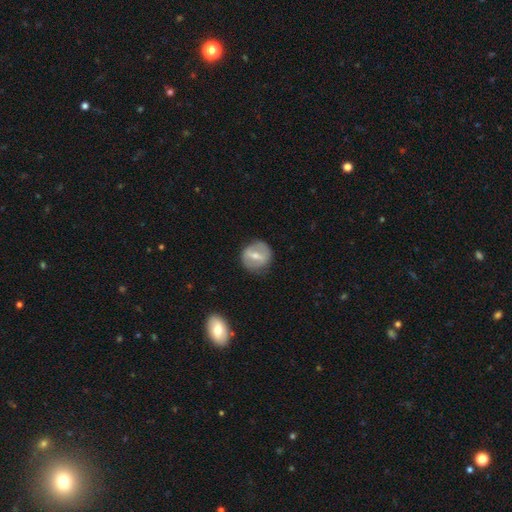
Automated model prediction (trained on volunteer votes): featured or disk 57%, smooth 36%, star or artifact 7%. Down the decision tree: edge-on disk — no (92%); bar — strong (55%); spiral arms — no (68%); bulge size — moderate (52%); merging — none (80%).